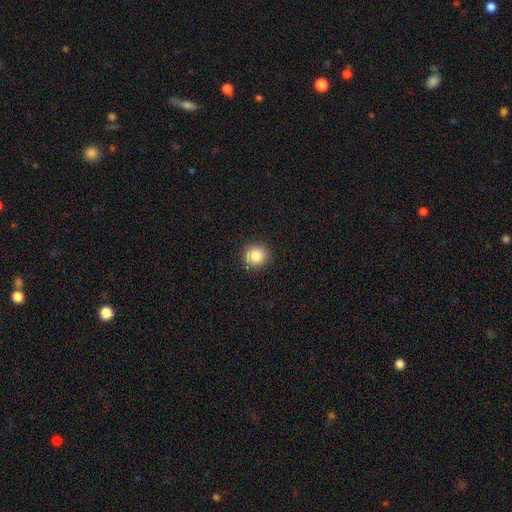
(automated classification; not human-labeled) Overall: smooth (84%). How rounded: round (92%). Merging: none (90%).